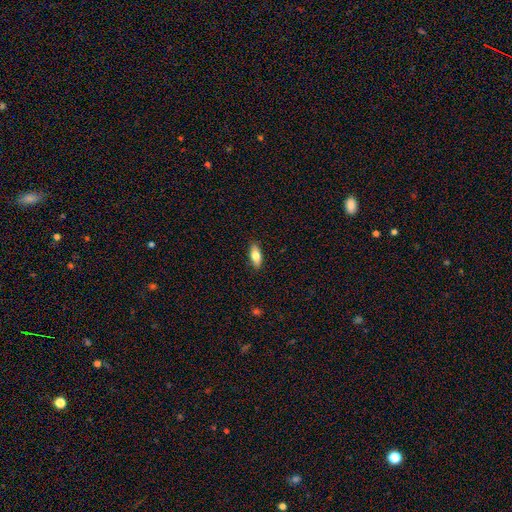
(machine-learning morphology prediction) Smooth or featured?
  - smooth: 76% *
  - featured or disk: 17%
  - star or artifact: 6%
How rounded?
  - in between: 76% *
  - cigar-shaped: 21%
  - round: 3%
Merging?
  - none: 88% *
  - minor disturbance: 9%
  - major disturbance: 2%
  - merger: 1%